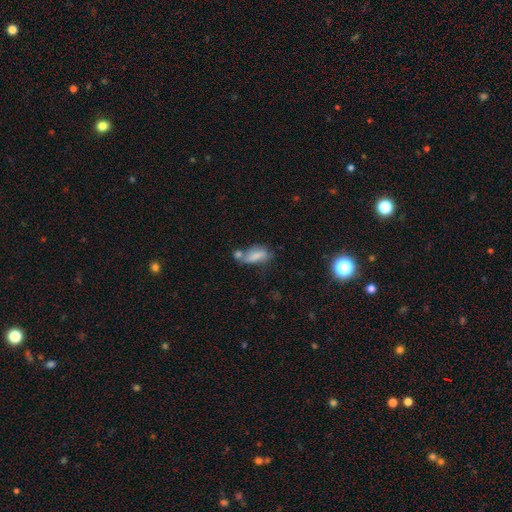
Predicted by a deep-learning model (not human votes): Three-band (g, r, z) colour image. It shows a smooth galaxy with no disk features (74%) that is in between round and cigar-shaped (81%). Merging: none (36%, tied with merger).